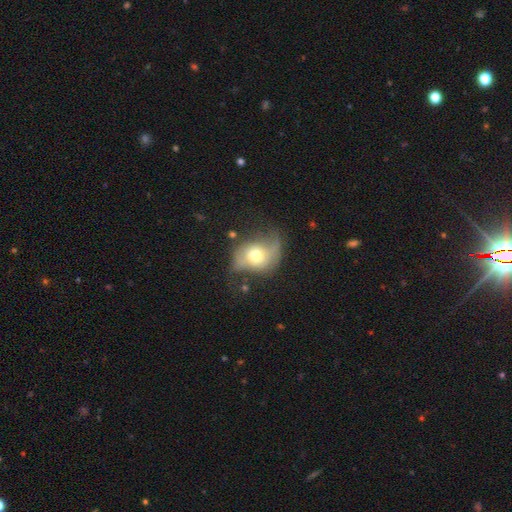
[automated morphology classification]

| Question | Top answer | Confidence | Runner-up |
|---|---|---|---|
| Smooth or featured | smooth | 49% | featured or disk (43%) |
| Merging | none | 34% | minor disturbance (33%) |